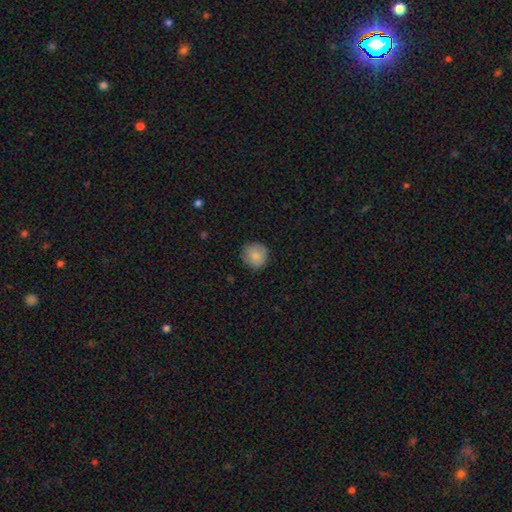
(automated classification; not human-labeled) Smooth or featured? Predicted: smooth (p=0.86). How rounded? Predicted: round (p=0.93). Merging? Predicted: none (p=0.86).